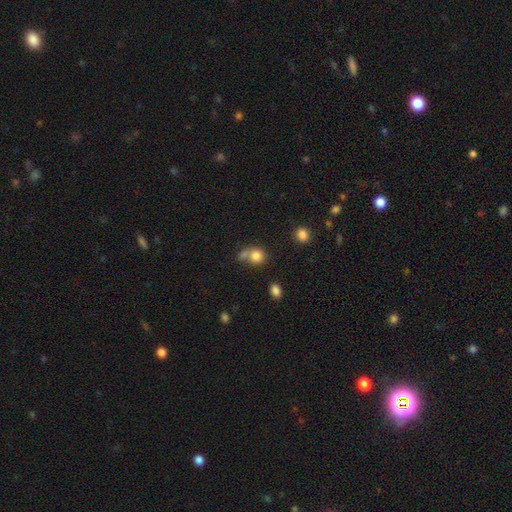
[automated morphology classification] The model was most divided on "merging": none: 42%, merger: 38%, minor disturbance: 13%, major disturbance: 7%. More confident: smooth or featured — smooth (81%); how rounded — round (74%).